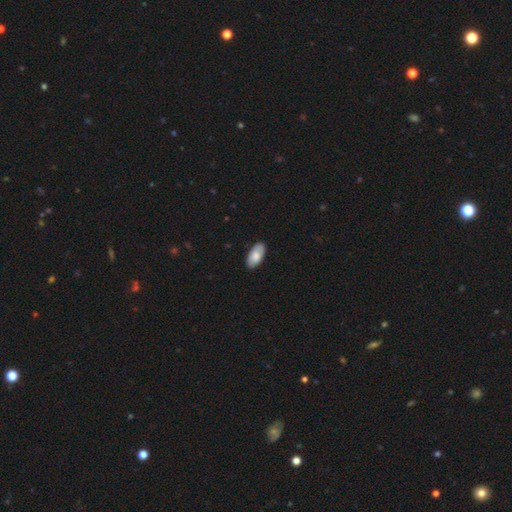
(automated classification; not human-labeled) smooth-or-featured: smooth: 81% | featured or disk: 13% | star or artifact: 6%
  how-rounded: in between: 94% | cigar-shaped: 4% | round: 2%
  merging: none: 88% | minor disturbance: 9% | major disturbance: 2% | merger: 1%